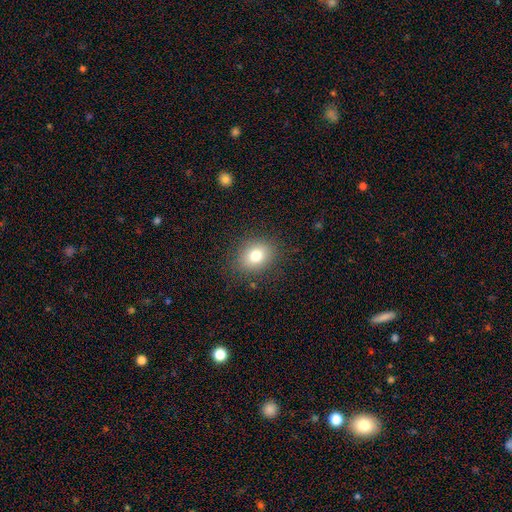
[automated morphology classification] The model was most divided on "how rounded": round: 57%, in between: 42%, cigar-shaped: 1%. More confident: merging — none (86%); smooth or featured — smooth (77%).